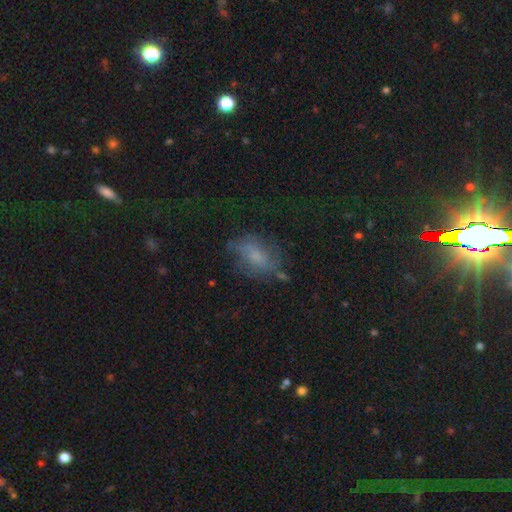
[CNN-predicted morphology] Smooth or featured: smooth — 53% (featured or disk — 32%)
How rounded: in between — 81% (round — 14%)
Merging: none — 58% (minor disturbance — 24%)